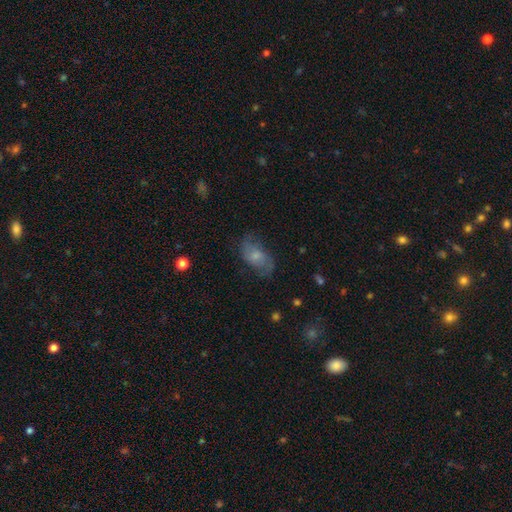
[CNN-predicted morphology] A featured or disk galaxy (48%).

Vote fractions:
- Smooth or featured? featured or disk: 48% / smooth: 43% / star or artifact: 9%
- Merging? none: 63% / minor disturbance: 23% / major disturbance: 12% / merger: 2%